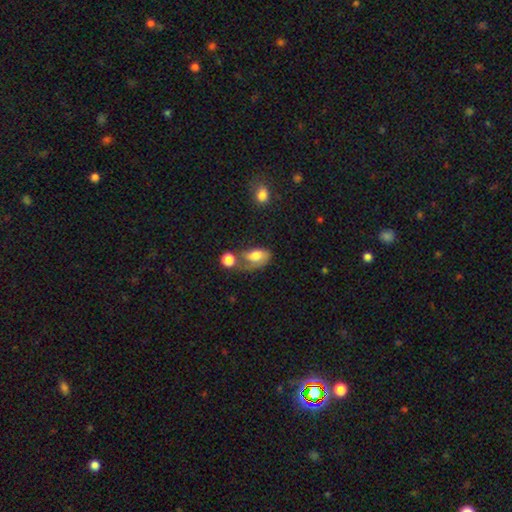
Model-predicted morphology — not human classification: Q: Smooth or featured?
A: smooth (66%); runner-up: featured or disk (26%)
Q: How rounded?
A: in between (87%); runner-up: round (11%)
Q: Merging?
A: merger (33%); runner-up: major disturbance (24%)